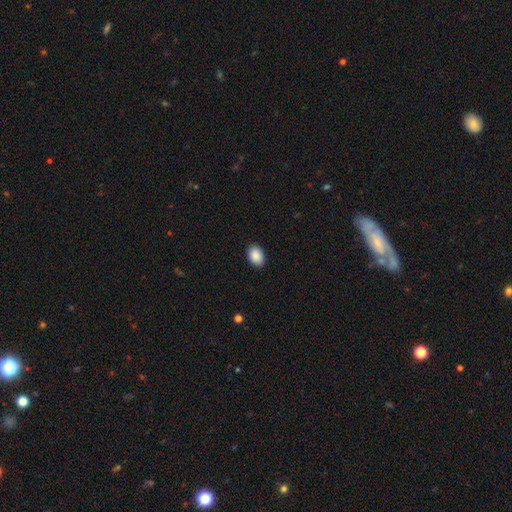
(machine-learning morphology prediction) Smooth or featured? smooth (90%)
How rounded? in between (82%)
Merging? none (90%)